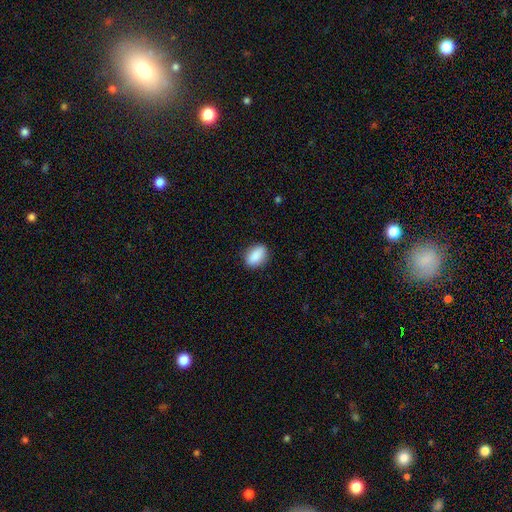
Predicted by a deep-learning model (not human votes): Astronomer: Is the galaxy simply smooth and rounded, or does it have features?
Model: smooth — 88%.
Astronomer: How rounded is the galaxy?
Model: in between — 85%.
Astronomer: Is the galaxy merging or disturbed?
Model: none — 85%.